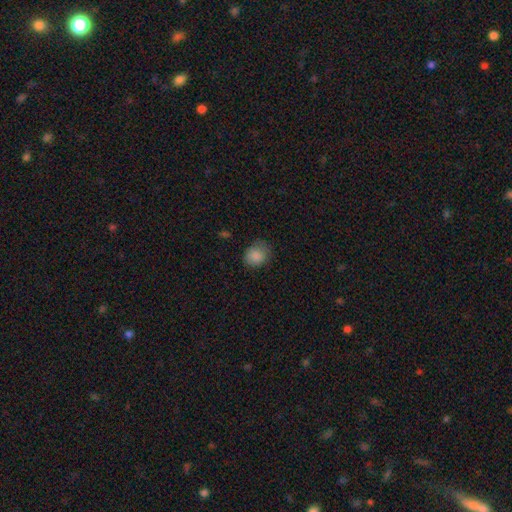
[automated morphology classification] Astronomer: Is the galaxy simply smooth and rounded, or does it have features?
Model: smooth — 86%.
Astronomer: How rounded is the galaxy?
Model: round — 64%.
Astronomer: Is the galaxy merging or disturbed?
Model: none — 68%.